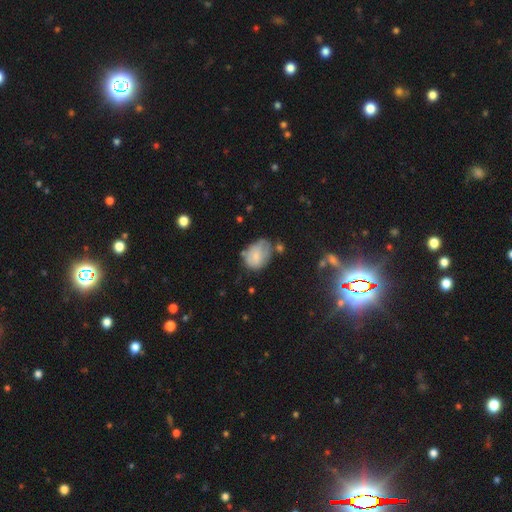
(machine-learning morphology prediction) This is likely a smooth galaxy (62%). How rounded: likely in between (65%). Merging: marginally none (44%).